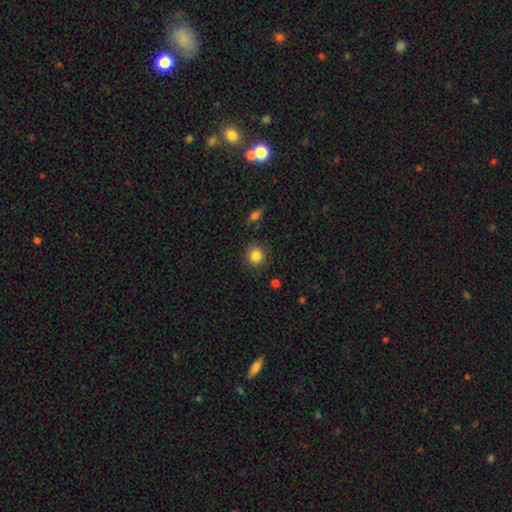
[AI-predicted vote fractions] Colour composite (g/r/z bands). It shows a smooth galaxy with no disk features (85%) that is round (91%). Merging: none (87%).